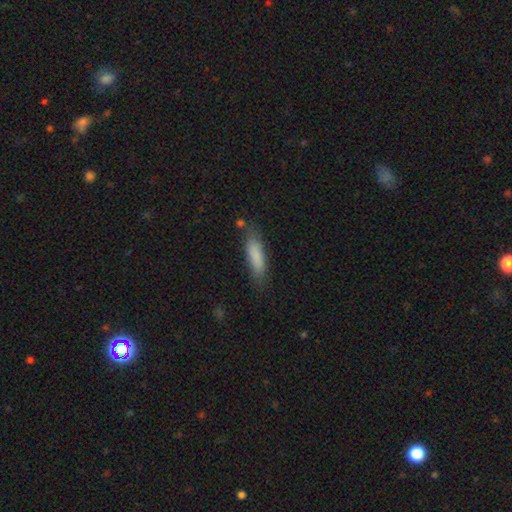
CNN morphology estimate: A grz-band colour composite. It shows a smooth galaxy with no disk features (83%) that is cigar-shaped (64%). Merging: none (74%).